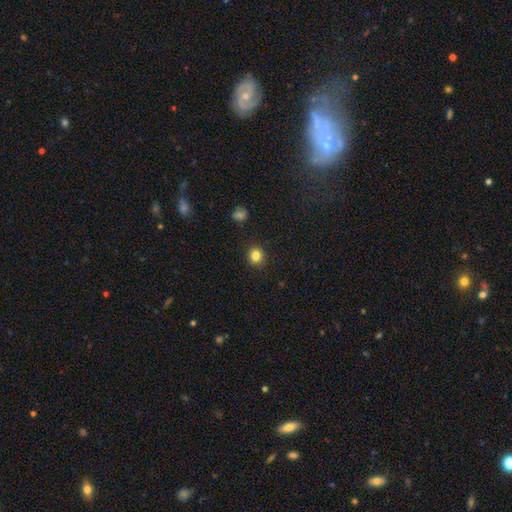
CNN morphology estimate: Overall: smooth (83%). How rounded: round (88%). Merging: none (91%).